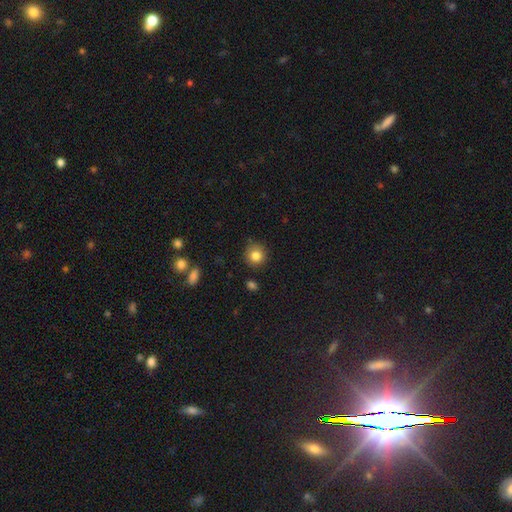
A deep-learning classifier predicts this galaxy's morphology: This appears to be a smooth galaxy with no disk features (84%) that is round (91%). Merging: none (84%).